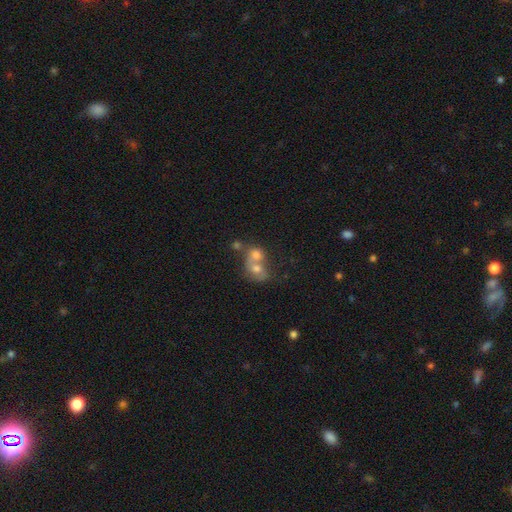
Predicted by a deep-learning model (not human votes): Smooth or featured? Predicted: smooth (p=0.65). How rounded? Predicted: round (p=0.61). Merging? Predicted: merger (p=0.71).